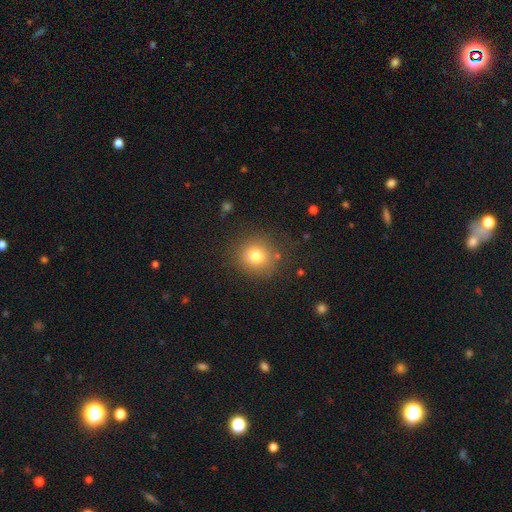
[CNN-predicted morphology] This is likely a smooth galaxy (76%). How rounded: clearly round (88%). Merging: clearly none (83%).